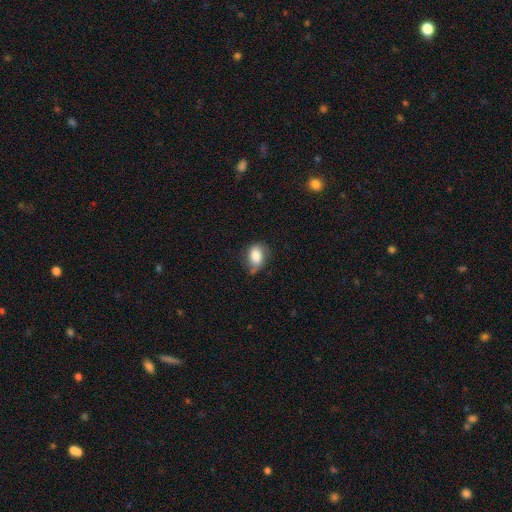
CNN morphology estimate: A smooth galaxy with no disk features (80%) that is in between round and cigar-shaped (81%). Merging: none (52%).